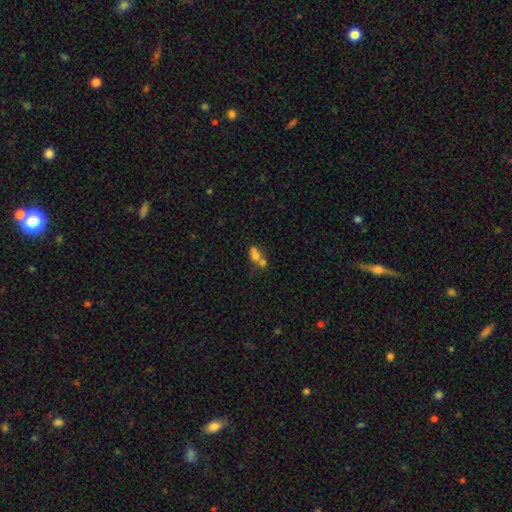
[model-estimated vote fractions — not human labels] Smooth or featured: smooth — 62% (featured or disk — 23%)
How rounded: in between — 52% (round — 46%)
Merging: merger — 64% (none — 24%)